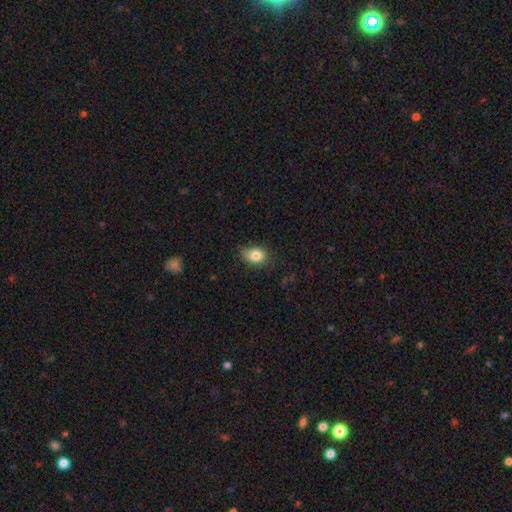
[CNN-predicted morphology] smooth 84%, star or artifact 9%, featured or disk 7%. Down the decision tree: how rounded — in between (71%); merging — none (76%).